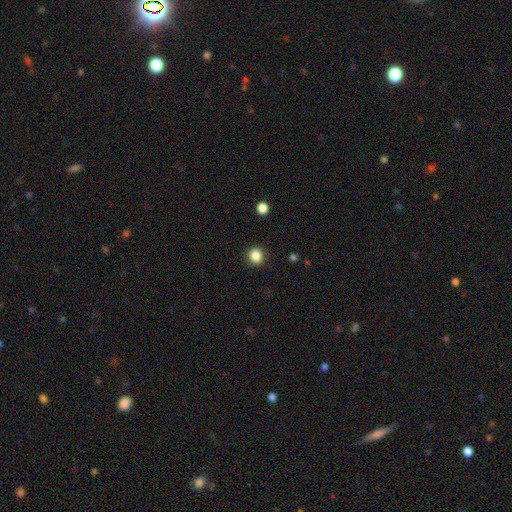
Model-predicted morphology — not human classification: smooth 86%, star or artifact 11%, featured or disk 4%. Down the decision tree: how rounded — round (79%); merging — none (90%).